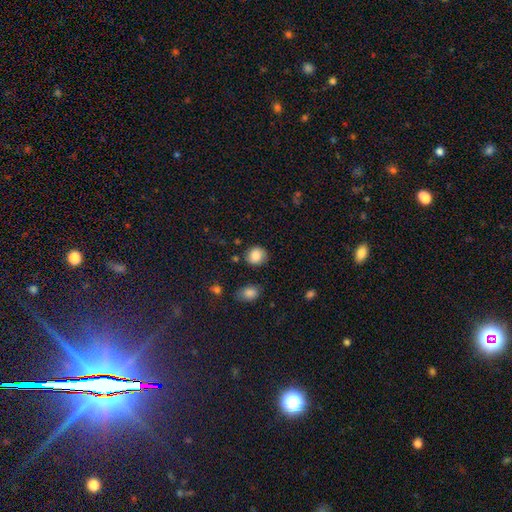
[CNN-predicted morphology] Overall: smooth (85%). How rounded: round (80%). Merging: none (80%).